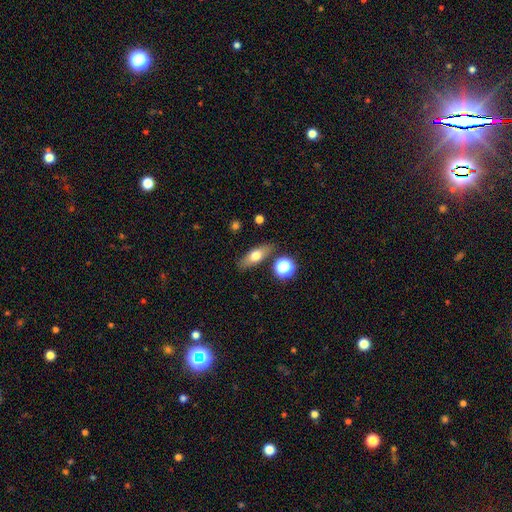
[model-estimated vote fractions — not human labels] The model was most divided on "how rounded": in between: 63%, cigar-shaped: 28%, round: 9%. More confident: merging — none (82%); smooth or featured — smooth (64%).